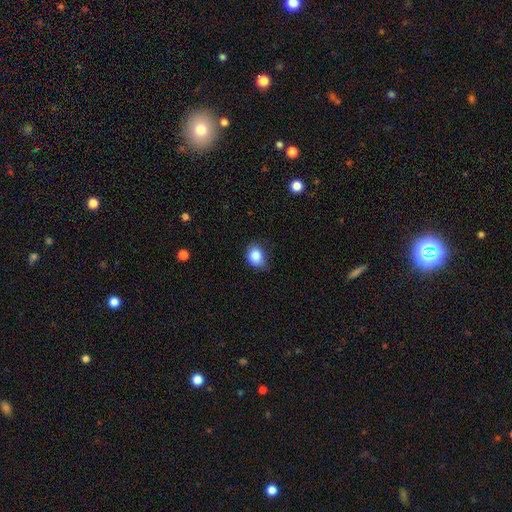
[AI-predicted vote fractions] Morphology: type=smooth (86%); roundness=in between (55%); merging=none (67%).